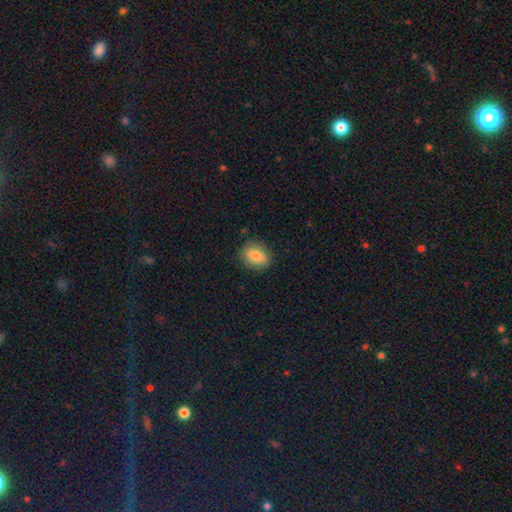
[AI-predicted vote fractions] Smooth or featured: smooth — 81% (featured or disk — 11%)
How rounded: in between — 55% (round — 43%)
Merging: none — 85% (minor disturbance — 12%)